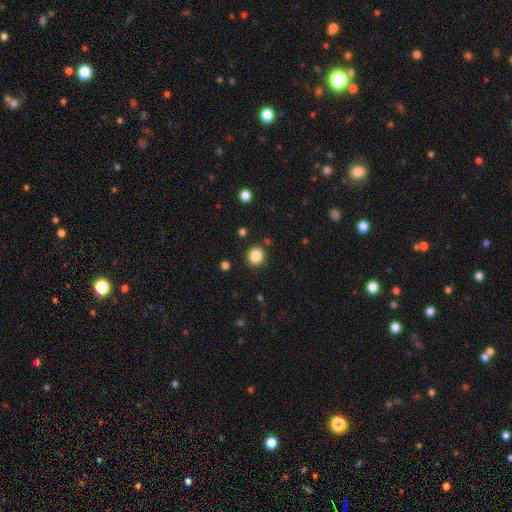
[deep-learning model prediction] This appears to be a smooth galaxy with no disk features (85%) that is round (83%). Merging: none (87%).